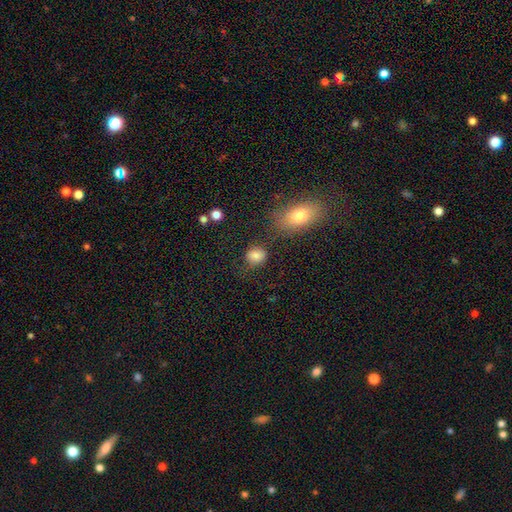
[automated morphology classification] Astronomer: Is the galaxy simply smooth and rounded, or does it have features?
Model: smooth — 83%.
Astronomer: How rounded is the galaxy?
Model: round — 62%.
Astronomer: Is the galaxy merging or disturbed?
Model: none — 72%.